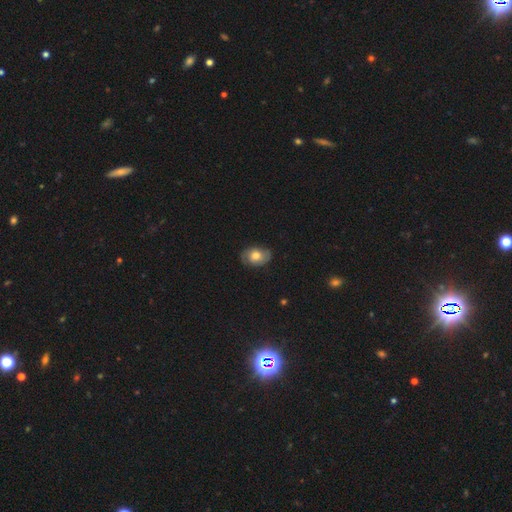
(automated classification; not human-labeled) The model was most divided on "smooth or featured": smooth: 56%, featured or disk: 36%, star or artifact: 8%. More confident: how rounded — in between (78%); merging — none (77%).